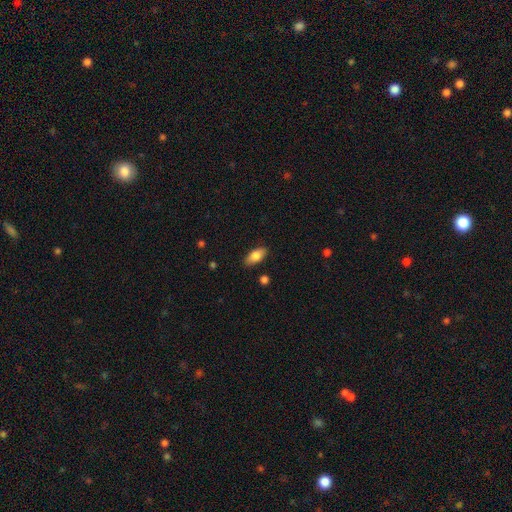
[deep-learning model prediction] Smooth or featured?
  - smooth: 81% *
  - featured or disk: 12%
  - star or artifact: 7%
How rounded?
  - in between: 90% *
  - cigar-shaped: 8%
  - round: 3%
Merging?
  - none: 87% *
  - minor disturbance: 10%
  - major disturbance: 2%
  - merger: 1%